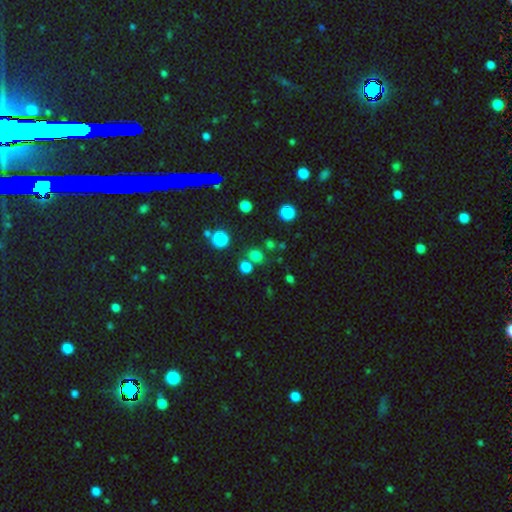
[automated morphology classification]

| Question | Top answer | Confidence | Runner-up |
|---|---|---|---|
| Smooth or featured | smooth | 69% | star or artifact (25%) |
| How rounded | round | 66% | in between (33%) |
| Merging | none | 70% | merger (16%) |